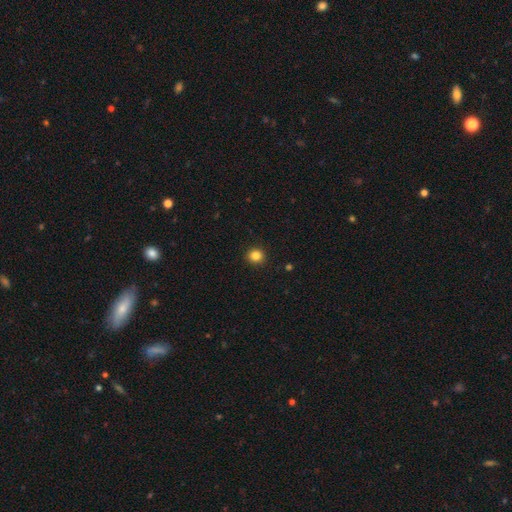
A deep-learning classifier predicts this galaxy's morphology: Smooth or featured?
  - smooth: 84% *
  - star or artifact: 12%
  - featured or disk: 4%
How rounded?
  - round: 90% *
  - in between: 9%
  - cigar-shaped: 1%
Merging?
  - none: 92% *
  - minor disturbance: 5%
  - major disturbance: 2%
  - merger: 1%